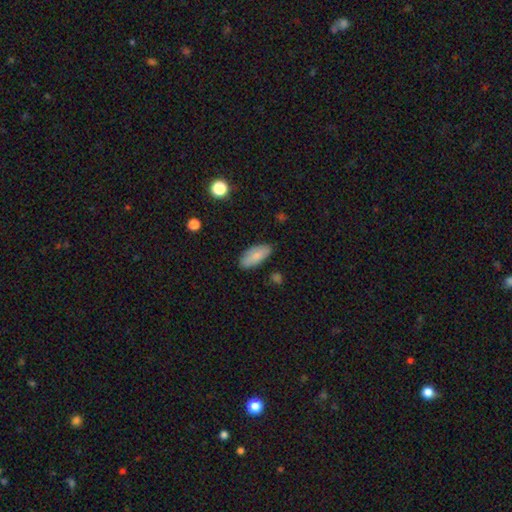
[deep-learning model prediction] The model was most divided on "merging": none: 82%, minor disturbance: 14%, major disturbance: 3%, merger: 2%. More confident: how rounded — in between (86%); smooth or featured — smooth (83%).